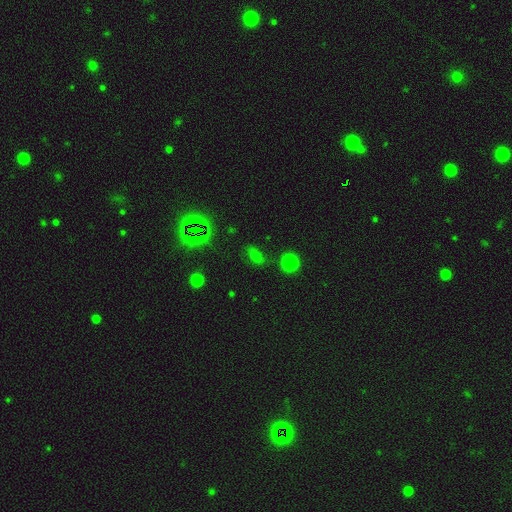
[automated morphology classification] type=smooth (56%); roundness=in between (71%); merging=none (75%).